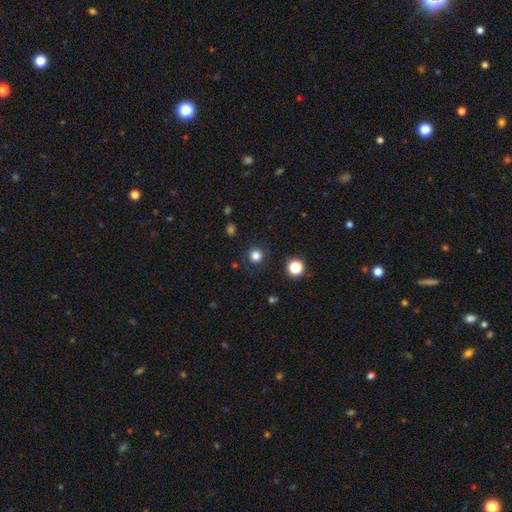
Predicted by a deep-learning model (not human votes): Q: Smooth or featured?
A: smooth (82%); runner-up: star or artifact (14%)
Q: How rounded?
A: round (95%); runner-up: in between (4%)
Q: Merging?
A: none (91%); runner-up: minor disturbance (5%)